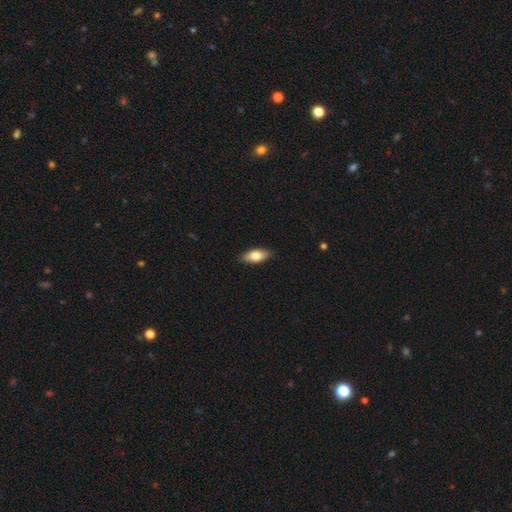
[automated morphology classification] type=smooth (76%); roundness=in between (85%); merging=none (87%).